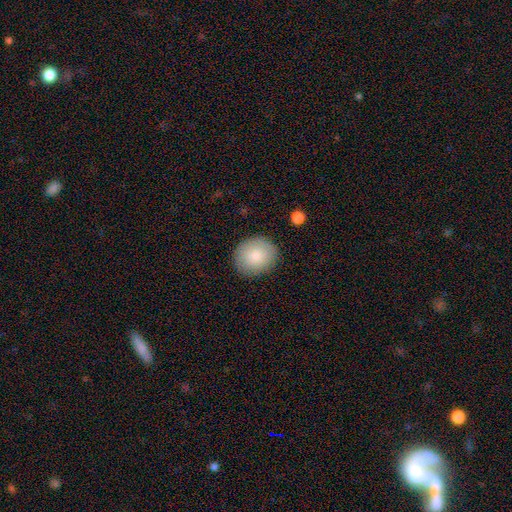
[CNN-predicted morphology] This is clearly a smooth galaxy (84%). How rounded: likely round (66%). Merging: clearly none (87%).